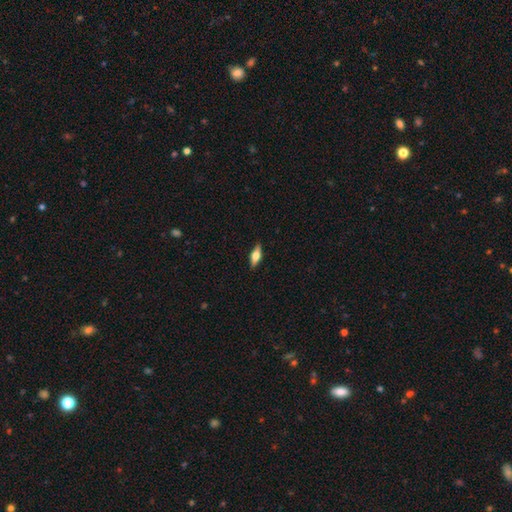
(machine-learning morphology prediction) Smooth or featured: smooth — 49% (featured or disk — 44%)
Merging: none — 87% (minor disturbance — 10%)